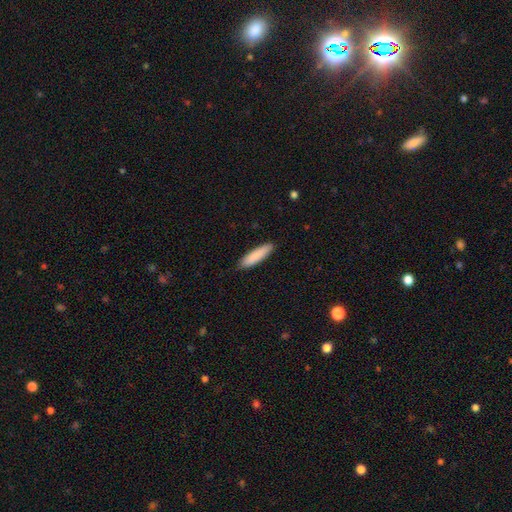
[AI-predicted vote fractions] Smooth or featured? Predicted: smooth (p=0.87). How rounded? Predicted: cigar-shaped (p=0.74). Merging? Predicted: none (p=0.87).